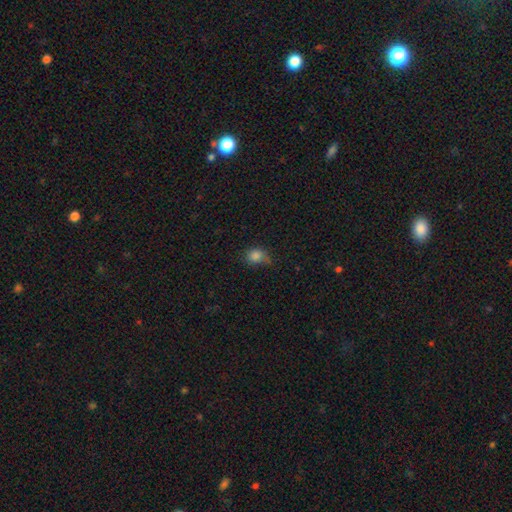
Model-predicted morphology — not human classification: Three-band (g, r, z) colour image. It shows a smooth galaxy with no disk features (83%) that is round (59%). Merging: none (51%).